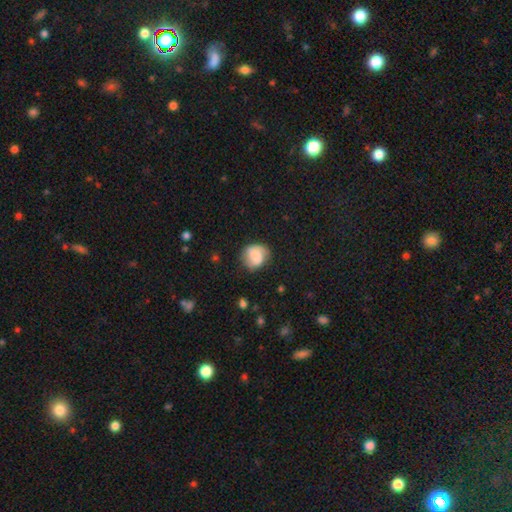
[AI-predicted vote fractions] Smooth or featured: smooth — 62% (featured or disk — 30%)
How rounded: round — 76% (in between — 23%)
Merging: none — 65% (minor disturbance — 23%)